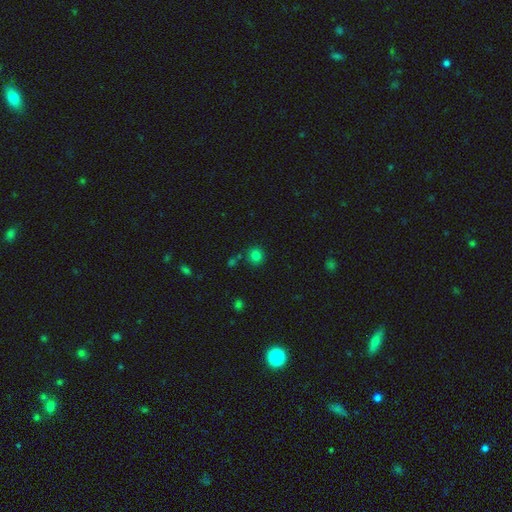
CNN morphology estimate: Smooth or featured? smooth (80%)
How rounded? round (88%)
Merging? none (82%)